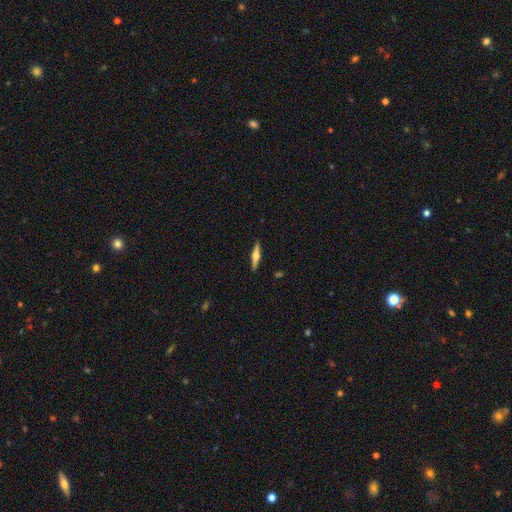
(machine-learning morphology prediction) Smooth or featured? featured or disk (62%)
Edge-on disk? yes (97%)
Edge-on bulge? rounded (90%)
Merging? none (90%)